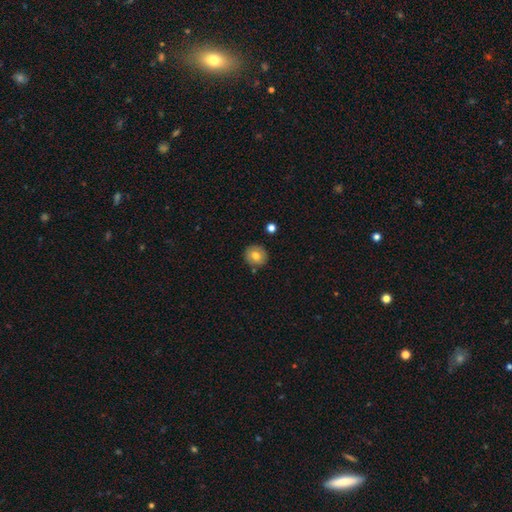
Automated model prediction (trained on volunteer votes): Smooth or featured? Predicted: smooth (p=0.76). How rounded? Predicted: round (p=0.85). Merging? Predicted: none (p=0.84).